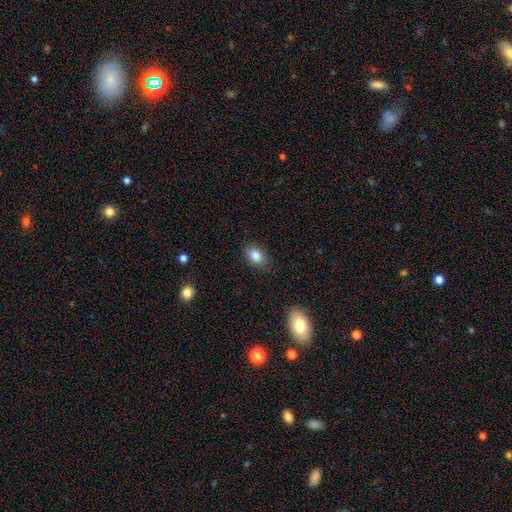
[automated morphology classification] The model was most divided on "how rounded": in between: 78%, round: 20%, cigar-shaped: 1%. More confident: merging — none (85%); smooth or featured — smooth (83%).